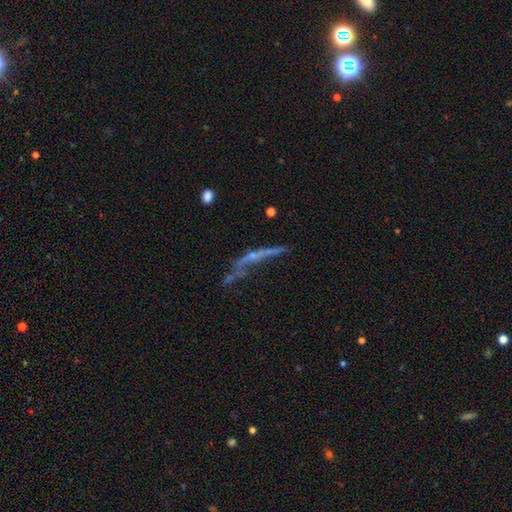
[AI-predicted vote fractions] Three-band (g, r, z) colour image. It shows a featured or disk galaxy (59%) viewed edge-on (57%). Merging: none (37%).